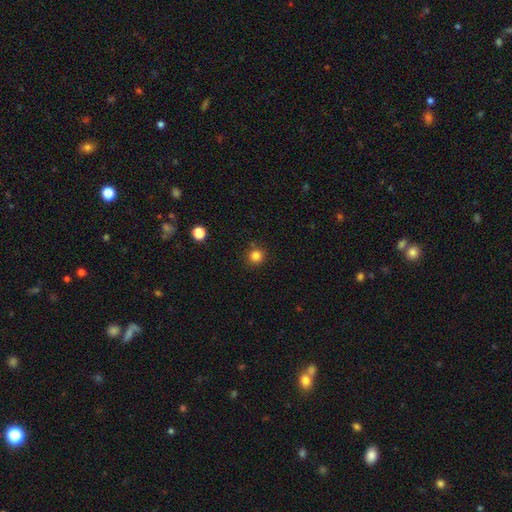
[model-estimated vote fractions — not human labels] Q: Smooth or featured?
A: smooth (83%); runner-up: star or artifact (13%)
Q: How rounded?
A: round (93%); runner-up: in between (6%)
Q: Merging?
A: none (86%); runner-up: minor disturbance (8%)